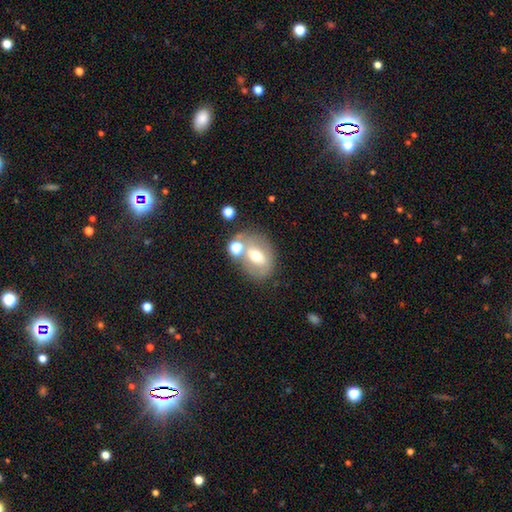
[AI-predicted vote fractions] Overall: smooth (52%; featured or disk 36%). How rounded: in between (66%; round 33%). Merging: none (57%; merger 19%).